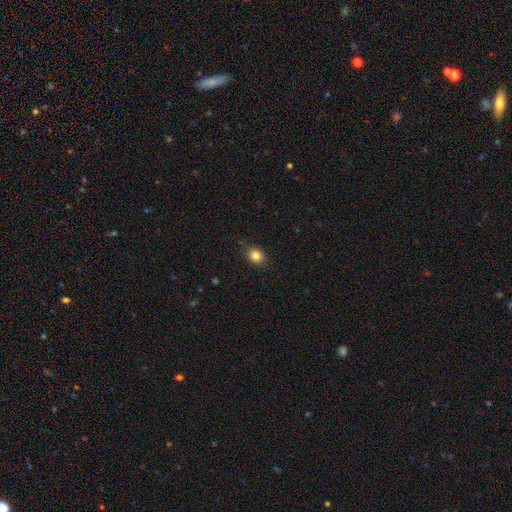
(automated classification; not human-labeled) A smooth galaxy with no disk features (84%) that is round (66%). Merging: none (86%).